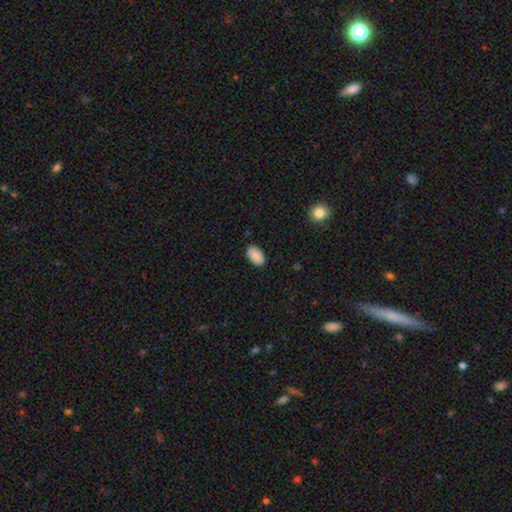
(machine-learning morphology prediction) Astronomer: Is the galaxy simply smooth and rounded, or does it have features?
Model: smooth — 90%.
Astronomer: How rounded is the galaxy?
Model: in between — 94%.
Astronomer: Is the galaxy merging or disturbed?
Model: none — 87%.